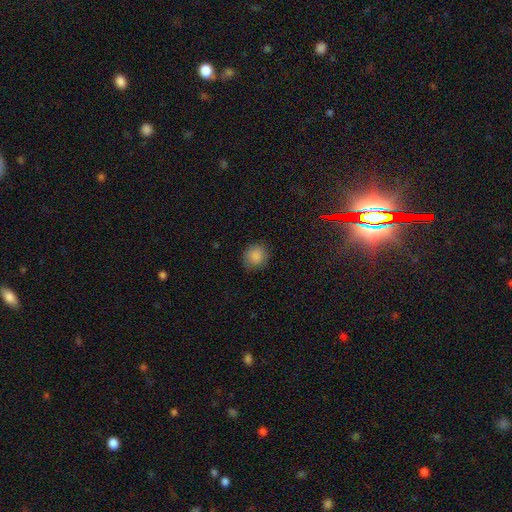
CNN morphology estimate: smooth_or_featured: smooth (p=0.86) [alt: star or artifact p=0.09]
how_rounded: round (p=0.83) [alt: in between p=0.16]
merging: none (p=0.83) [alt: minor disturbance p=0.13]